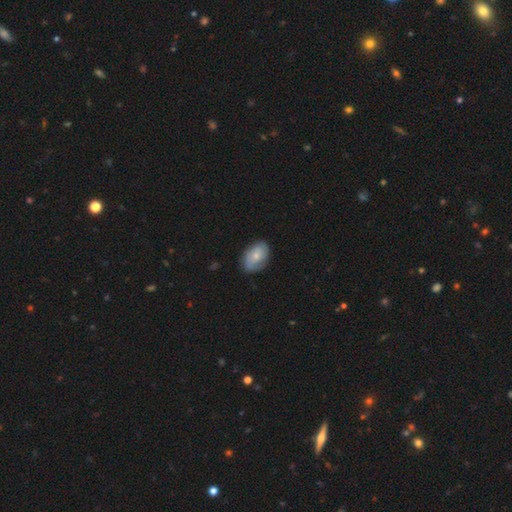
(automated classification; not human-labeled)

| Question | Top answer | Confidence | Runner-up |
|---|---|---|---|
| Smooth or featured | featured or disk | 48% | smooth (46%) |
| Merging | none | 75% | minor disturbance (19%) |